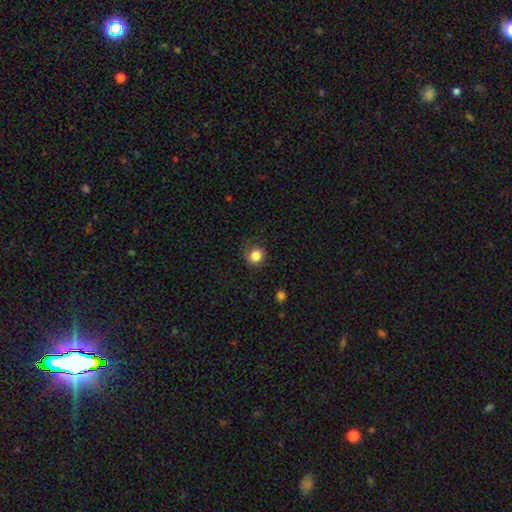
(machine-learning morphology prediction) Smooth or featured? Predicted: smooth (p=0.85). How rounded? Predicted: round (p=0.86). Merging? Predicted: none (p=0.77).